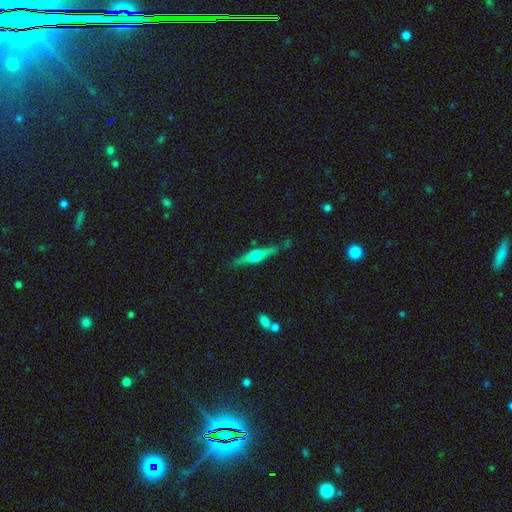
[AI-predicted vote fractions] Overall: featured or disk (69%). Edge-on disk: yes (97%). Edge-on bulge: rounded (92%). Merging: none (84%).